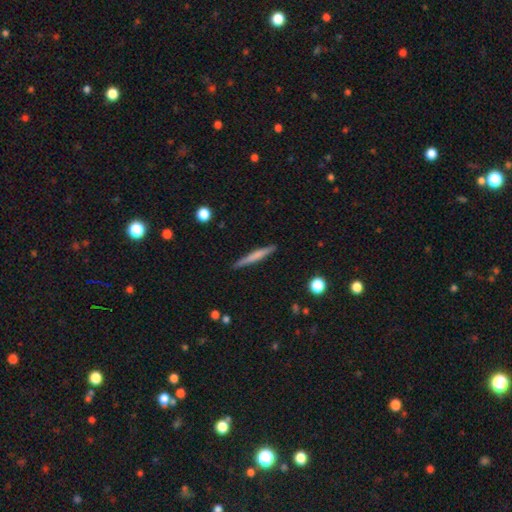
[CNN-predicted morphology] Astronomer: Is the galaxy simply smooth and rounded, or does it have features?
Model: smooth — 57% (runner-up: featured or disk, 37%).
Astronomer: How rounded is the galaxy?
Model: cigar-shaped — 95%.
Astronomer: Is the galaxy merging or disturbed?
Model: none — 88%.